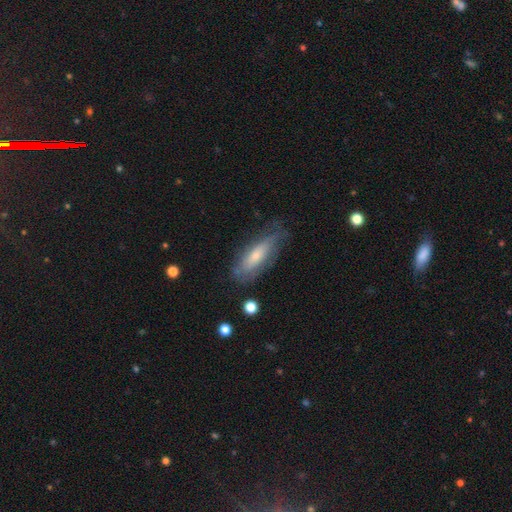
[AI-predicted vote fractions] Smooth or featured?
  - smooth: 47% *
  - featured or disk: 46%
  - star or artifact: 7%
Merging?
  - none: 69% *
  - minor disturbance: 22%
  - major disturbance: 8%
  - merger: 2%